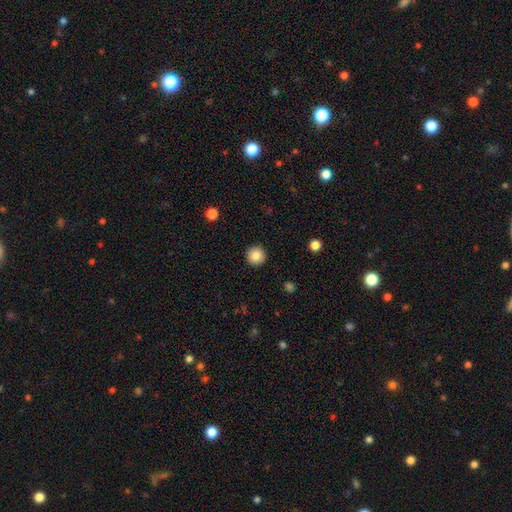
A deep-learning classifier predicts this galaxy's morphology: Smooth or featured? smooth (84%)
How rounded? round (96%)
Merging? none (93%)